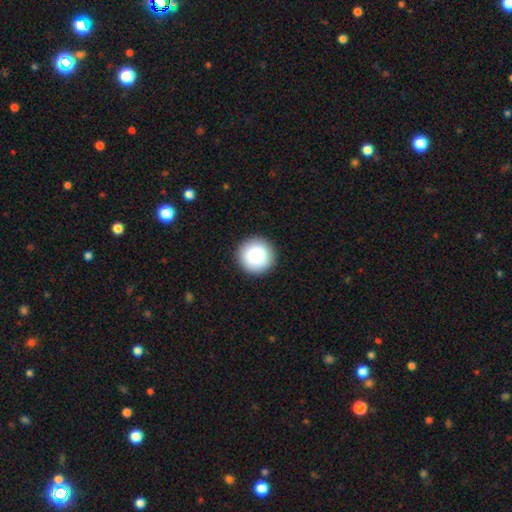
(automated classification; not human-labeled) Q: Smooth or featured?
A: smooth (87%); runner-up: star or artifact (8%)
Q: How rounded?
A: round (97%); runner-up: in between (3%)
Q: Merging?
A: none (93%); runner-up: minor disturbance (5%)